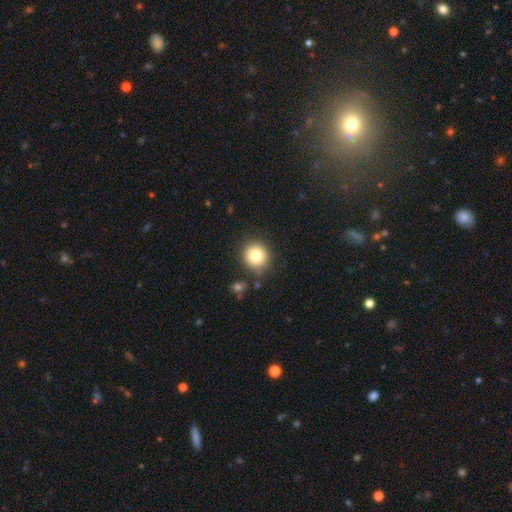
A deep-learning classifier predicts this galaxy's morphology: type=smooth (81%); roundness=round (91%); merging=none (85%).